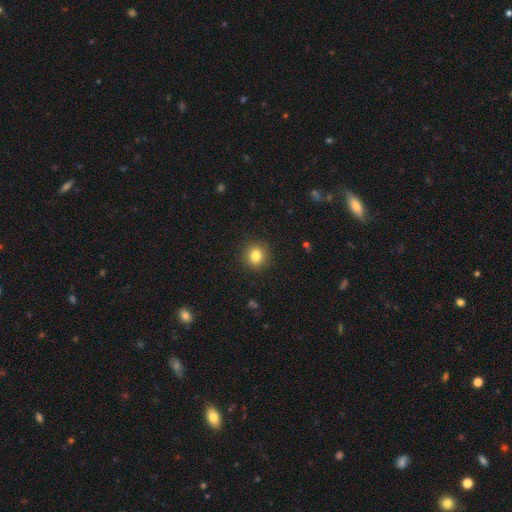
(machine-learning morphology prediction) Smooth or featured? smooth (82%)
How rounded? round (88%)
Merging? none (91%)